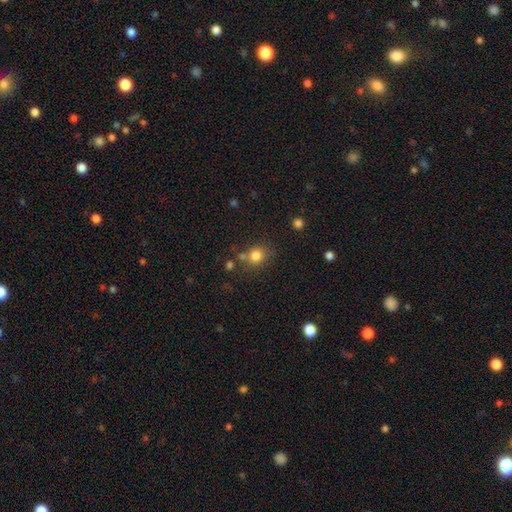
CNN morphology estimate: Overall: smooth (79%). How rounded: round (78%). Merging: none (67%).